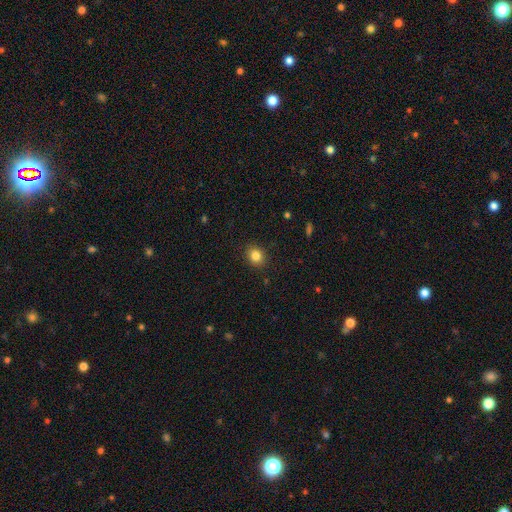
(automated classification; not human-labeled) smooth_or_featured: smooth (p=0.83) [alt: star or artifact p=0.11]
how_rounded: round (p=0.63) [alt: in between p=0.36]
merging: none (p=0.89) [alt: minor disturbance p=0.07]